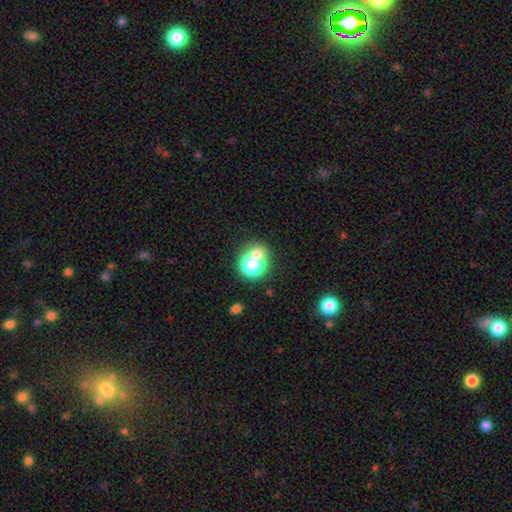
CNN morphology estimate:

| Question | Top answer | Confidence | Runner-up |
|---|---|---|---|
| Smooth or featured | smooth | 62% | star or artifact (21%) |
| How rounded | round | 67% | in between (32%) |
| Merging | none | 47% | merger (34%) |